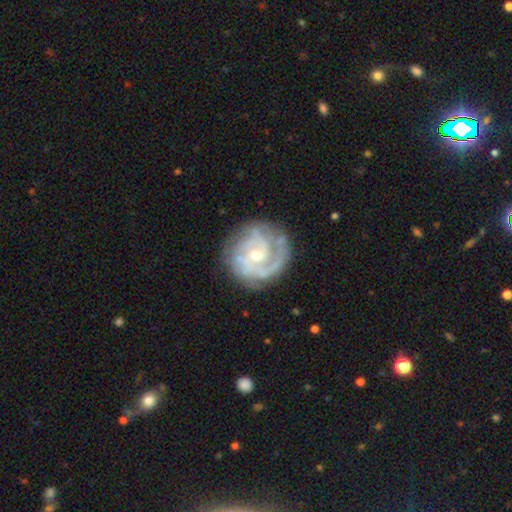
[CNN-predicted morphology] smooth_or_featured: featured or disk (p=0.86) [alt: smooth p=0.09]
disk_edge_on: no (p=0.98) [alt: yes p=0.02]
bar: no (p=0.66) [alt: weak p=0.29]
has_spiral_arms: yes (p=0.95) [alt: no p=0.05]
spiral_winding: tight (p=0.59) [alt: medium p=0.33]
spiral_arm_count: 2 (p=0.33) [alt: 3 p=0.25]
bulge_size: small (p=0.53) [alt: moderate p=0.43]
merging: none (p=0.75) [alt: minor disturbance p=0.16]